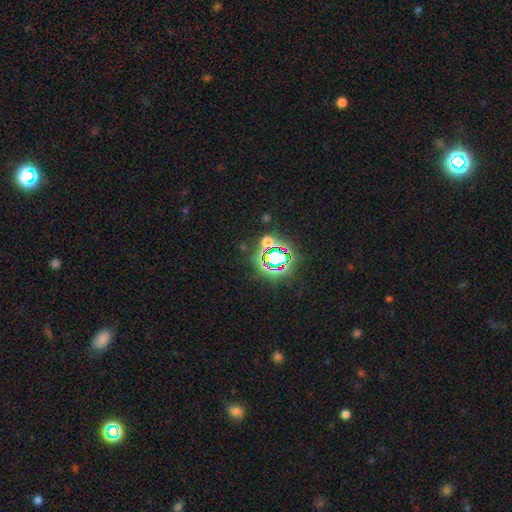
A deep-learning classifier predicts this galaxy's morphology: A star or artifact, not a galaxy (78%).

Vote fractions:
- Smooth or featured? star or artifact: 78% / smooth: 14% / featured or disk: 8%